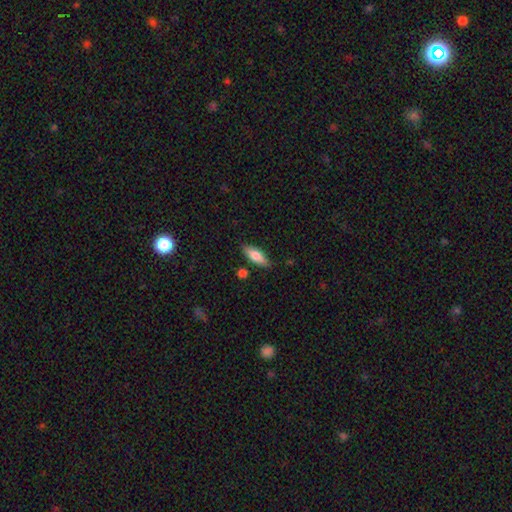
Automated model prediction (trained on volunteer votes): smooth-or-featured: smooth: 75% | featured or disk: 19% | star or artifact: 6%
  how-rounded: in between: 64% | cigar-shaped: 34% | round: 2%
  merging: none: 82% | minor disturbance: 12% | merger: 3% | major disturbance: 2%